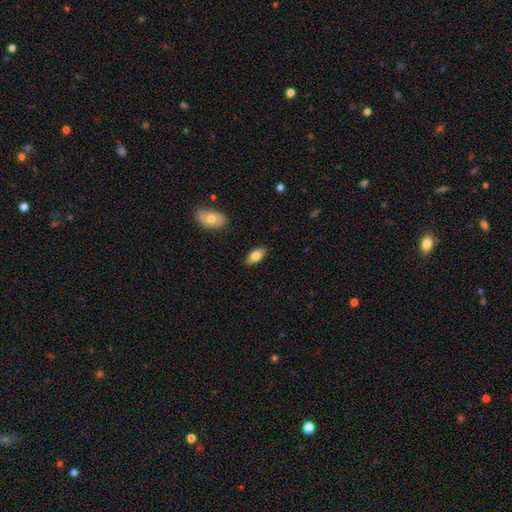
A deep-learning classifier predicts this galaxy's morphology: Smooth or featured? Predicted: smooth (p=0.76). How rounded? Predicted: in between (p=0.87). Merging? Predicted: none (p=0.86).